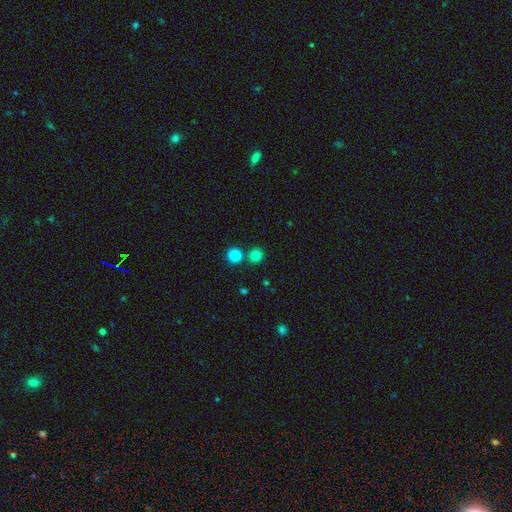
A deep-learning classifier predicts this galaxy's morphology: smooth_or_featured: smooth (p=0.80) [alt: star or artifact p=0.15]
how_rounded: round (p=0.92) [alt: in between p=0.07]
merging: none (p=0.79) [alt: merger p=0.13]